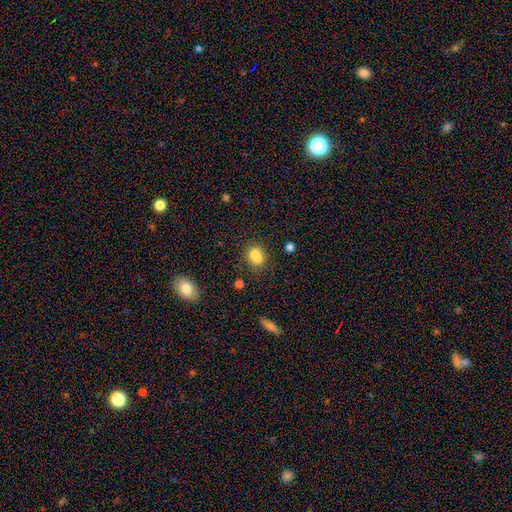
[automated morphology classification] A smooth galaxy with no disk features (77%) that is round (50%). Merging: none (47%).